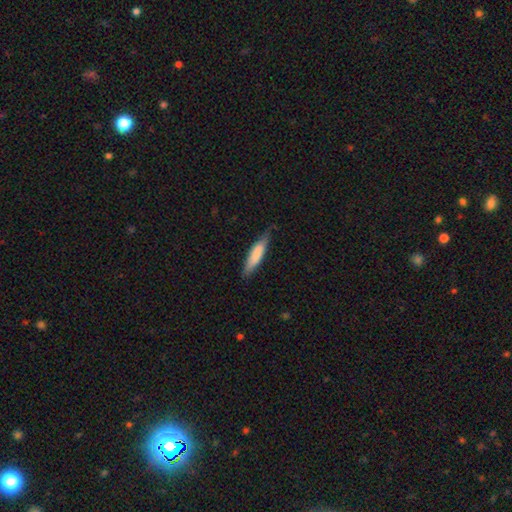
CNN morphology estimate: Smooth or featured?
  - smooth: 77% *
  - featured or disk: 18%
  - star or artifact: 5%
How rounded?
  - cigar-shaped: 77% *
  - in between: 21%
  - round: 1%
Merging?
  - none: 76% *
  - minor disturbance: 20%
  - major disturbance: 3%
  - merger: 1%